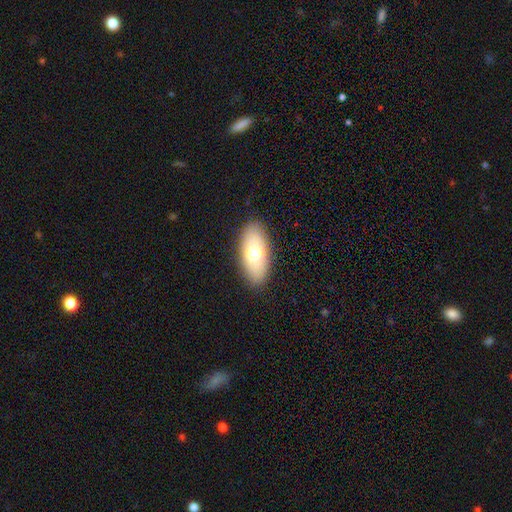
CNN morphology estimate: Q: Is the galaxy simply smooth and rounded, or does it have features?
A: smooth — 69%.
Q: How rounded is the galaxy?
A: in between — 87%.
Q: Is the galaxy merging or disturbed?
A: none — 89%.